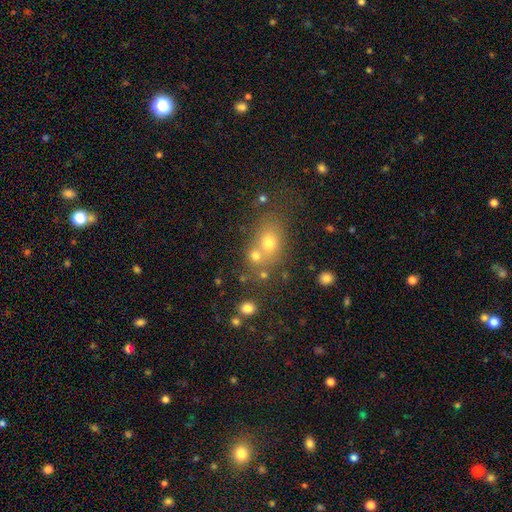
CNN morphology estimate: smooth-or-featured: smooth: 67% | star or artifact: 18% | featured or disk: 15%
  how-rounded: round: 61% | in between: 37% | cigar-shaped: 2%
  merging: none: 47% | merger: 39% | minor disturbance: 9% | major disturbance: 5%